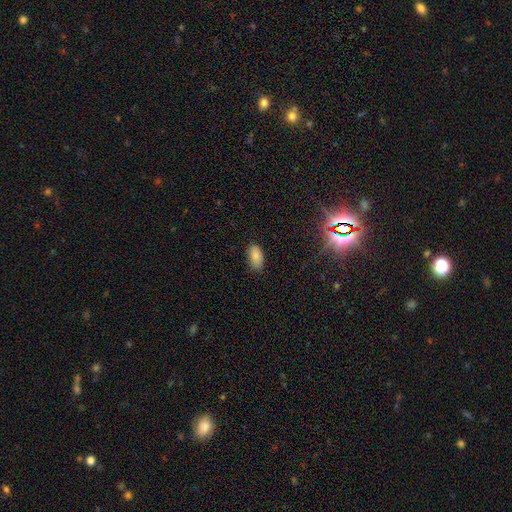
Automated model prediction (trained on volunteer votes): Q: Smooth or featured?
A: smooth (84%); runner-up: star or artifact (10%)
Q: How rounded?
A: in between (94%); runner-up: round (3%)
Q: Merging?
A: none (81%); runner-up: minor disturbance (15%)